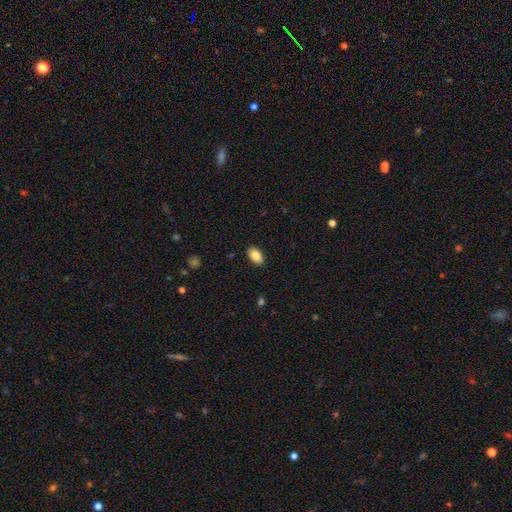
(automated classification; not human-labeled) This appears to be a smooth galaxy with no disk features (86%) that is in between round and cigar-shaped (92%). Merging: none (89%).